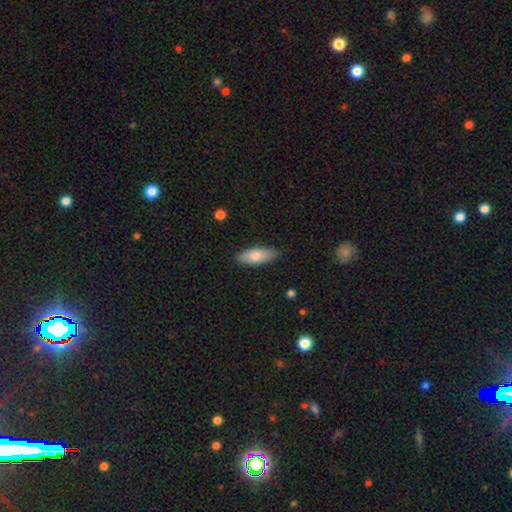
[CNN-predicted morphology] This is likely a smooth galaxy (77%). How rounded: likely in between (71%). Merging: clearly none (85%).